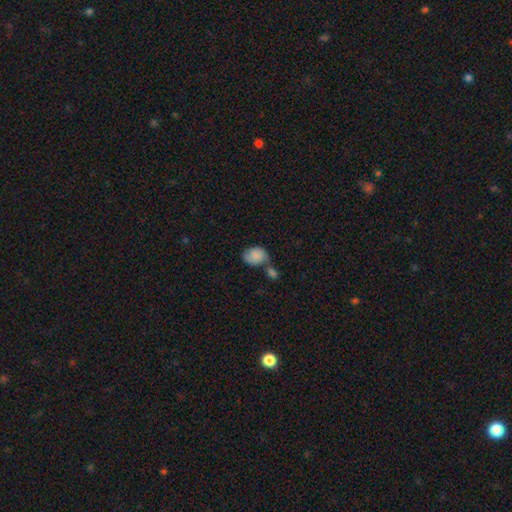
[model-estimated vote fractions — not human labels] Smooth or featured? Predicted: smooth (p=0.79). How rounded? Predicted: in between (p=0.62). Merging? Predicted: merger (p=0.36, tied with none).